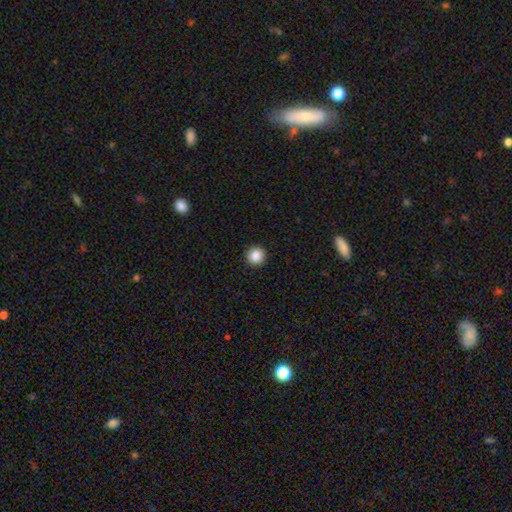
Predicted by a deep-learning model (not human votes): Overall: smooth (87%). How rounded: round (96%). Merging: none (94%).